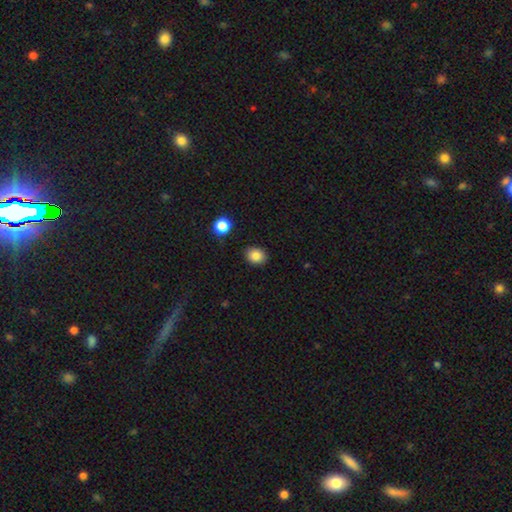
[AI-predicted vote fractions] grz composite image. It shows a smooth galaxy with no disk features (85%) that is round (54%). Merging: none (89%).